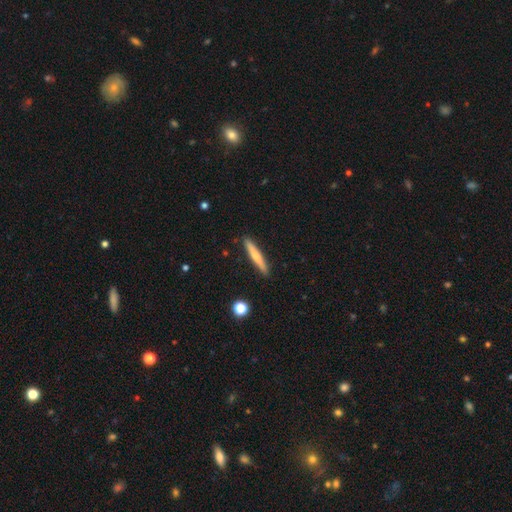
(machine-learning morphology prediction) smooth-or-featured: smooth: 60% | featured or disk: 34% | star or artifact: 6%
  how-rounded: cigar-shaped: 94% | in between: 5% | round: 1%
  merging: none: 90% | minor disturbance: 7% | merger: 1% | major disturbance: 1%